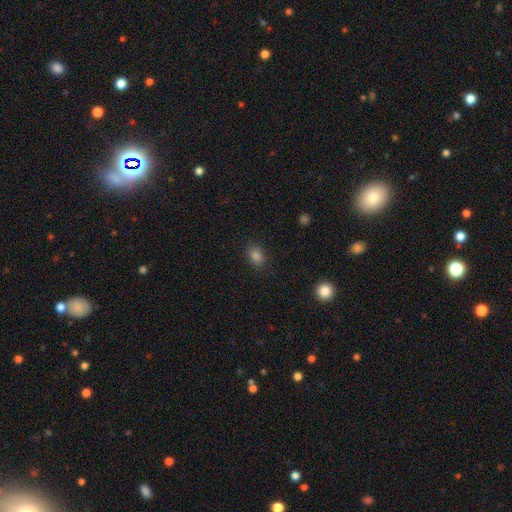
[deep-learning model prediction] Smooth or featured? Predicted: smooth (p=0.82). How rounded? Predicted: in between (p=0.71). Merging? Predicted: none (p=0.85).